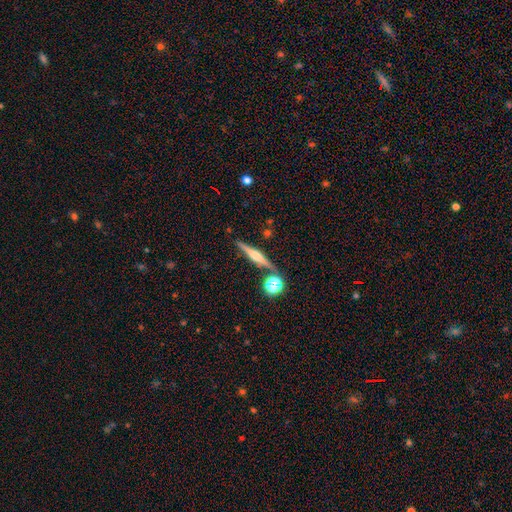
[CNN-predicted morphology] Smooth or featured? featured or disk (70%)
Edge-on disk? yes (97%)
Edge-on bulge? rounded (78%)
Merging? none (84%)